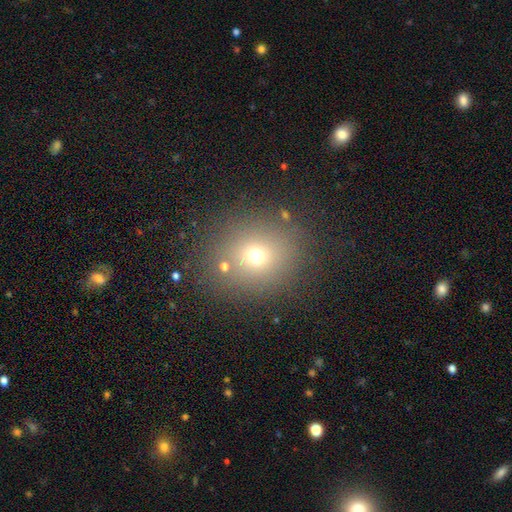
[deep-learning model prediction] A smooth galaxy with no disk features (65%) that is round (77%). Merging: none (82%).